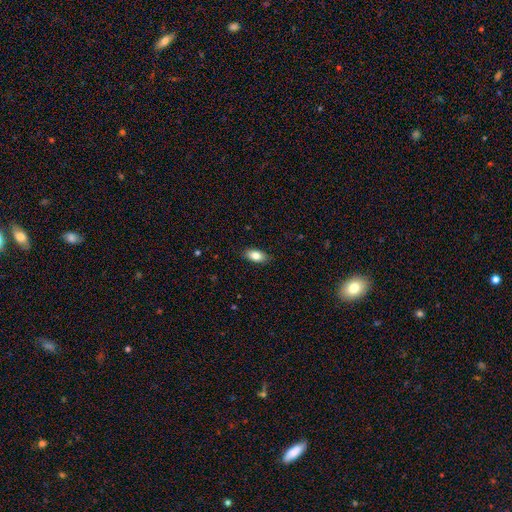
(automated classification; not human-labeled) A smooth galaxy with no disk features (83%) that is in between round and cigar-shaped (92%). Merging: none (87%).